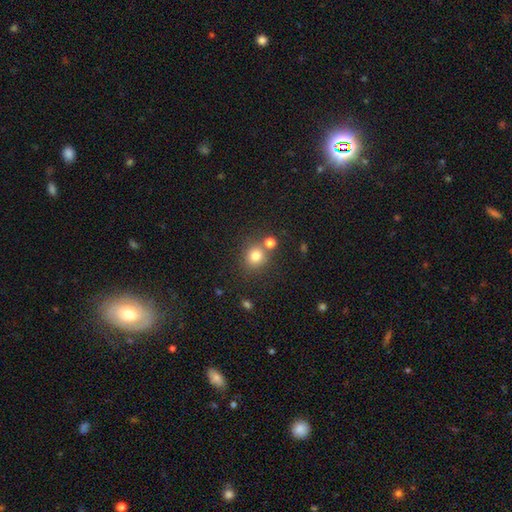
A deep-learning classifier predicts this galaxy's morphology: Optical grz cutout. It shows a smooth galaxy with no disk features (79%) that is round (85%). Merging: none (69%).